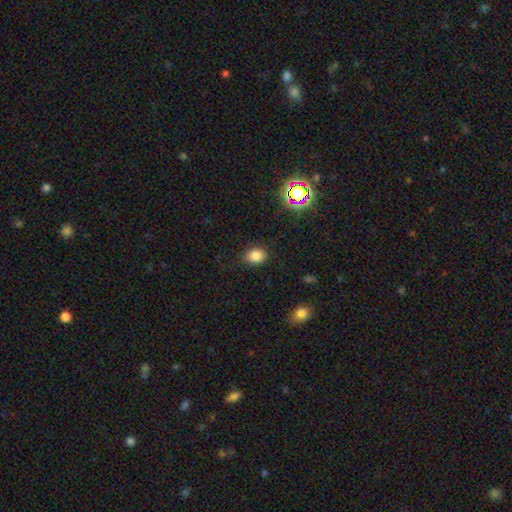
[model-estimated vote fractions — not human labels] A smooth galaxy with no disk features (82%) that is in between round and cigar-shaped (56%). Merging: none (84%).